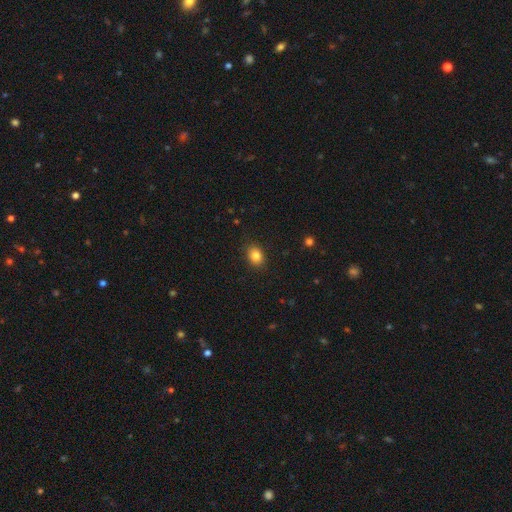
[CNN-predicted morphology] smooth-or-featured: smooth: 84% | star or artifact: 10% | featured or disk: 6%
  how-rounded: in between: 63% | round: 36% | cigar-shaped: 1%
  merging: none: 88% | minor disturbance: 9% | major disturbance: 2% | merger: 1%